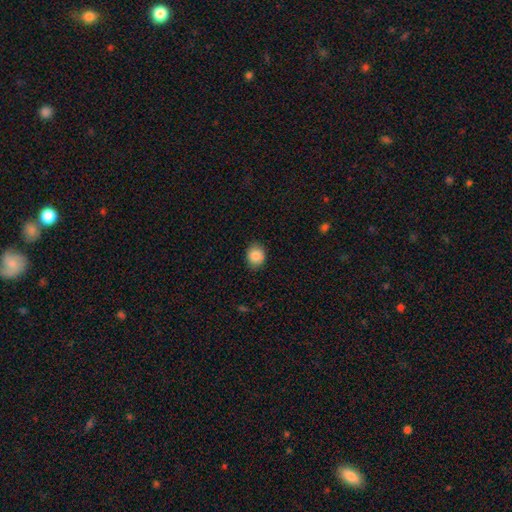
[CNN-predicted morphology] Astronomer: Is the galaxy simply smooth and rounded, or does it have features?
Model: smooth — 87%.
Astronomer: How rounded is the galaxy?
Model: round — 63%.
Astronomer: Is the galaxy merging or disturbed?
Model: none — 86%.